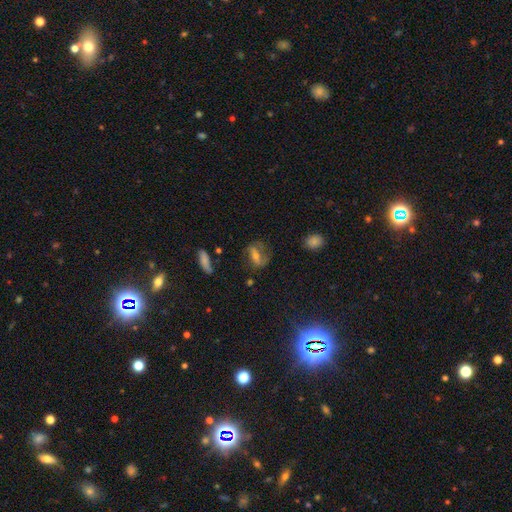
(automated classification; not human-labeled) A featured or disk galaxy (59%) with a strong bar (39%), spiral arms (80%) and a moderate central bulge (44%).

Vote fractions:
- Smooth or featured? featured or disk: 59% / smooth: 24% / star or artifact: 17%
- Edge-on disk? no: 91% / yes: 9%
- Bar? strong: 39% / weak: 37% / no: 24%
- Spiral arms? yes: 80% / no: 20%
- Bulge size? moderate: 44% / small: 41% / none: 8% / large: 5% / dominant: 2%
- Merging? none: 65% / minor disturbance: 19% / major disturbance: 13% / merger: 3%